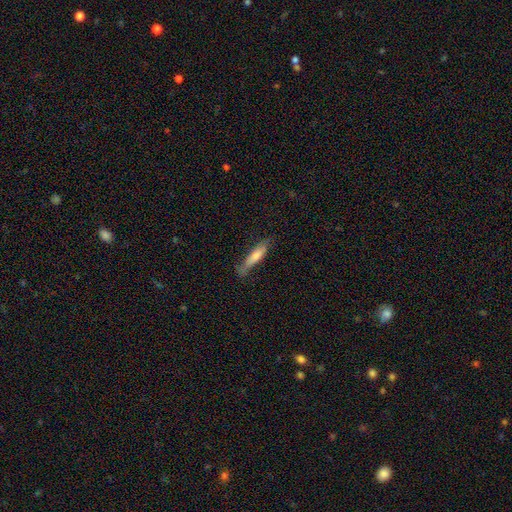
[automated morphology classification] smooth 61%, featured or disk 32%, star or artifact 6%. Down the decision tree: how rounded — cigar-shaped (83%); merging — none (69%).